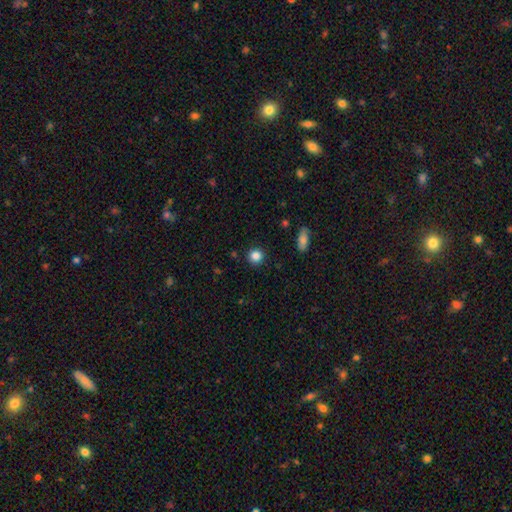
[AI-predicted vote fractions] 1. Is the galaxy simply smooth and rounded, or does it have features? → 85% smooth, 11% star or artifact, 4% featured or disk.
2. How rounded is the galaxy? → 91% round, 8% in between, 1% cigar-shaped.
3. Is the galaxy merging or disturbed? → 90% none, 6% minor disturbance, 2% major disturbance, 1% merger.